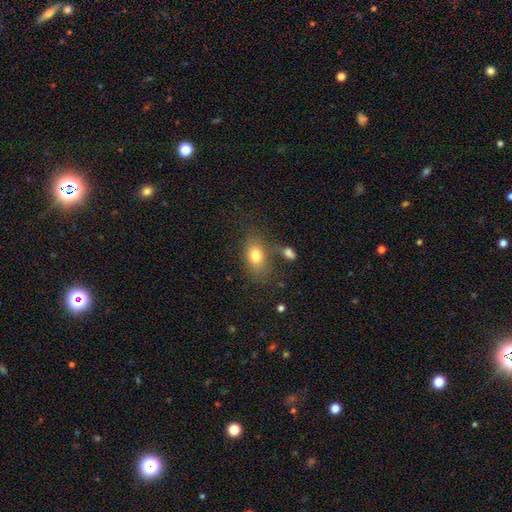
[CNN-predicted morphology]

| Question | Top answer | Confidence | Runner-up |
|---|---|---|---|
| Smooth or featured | smooth | 77% | featured or disk (13%) |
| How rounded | in between | 82% | round (16%) |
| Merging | none | 60% | minor disturbance (18%) |